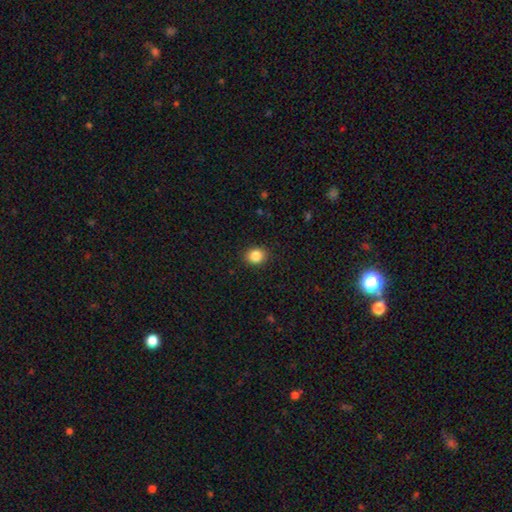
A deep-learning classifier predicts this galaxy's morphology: A smooth galaxy with no disk features (86%) that is round (70%). Merging: none (90%).